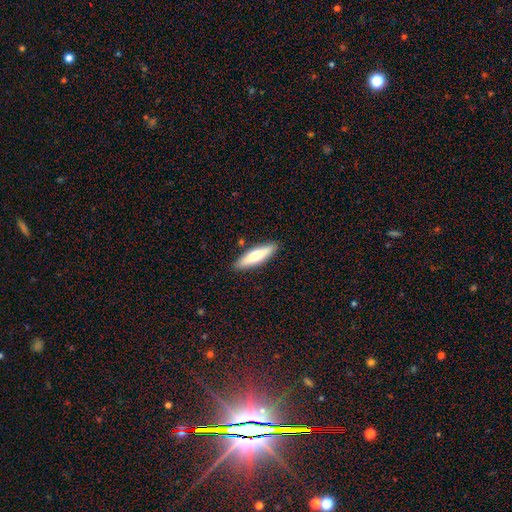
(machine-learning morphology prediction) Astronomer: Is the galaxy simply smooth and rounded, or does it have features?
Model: smooth — 63%.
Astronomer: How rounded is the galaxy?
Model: cigar-shaped — 69%.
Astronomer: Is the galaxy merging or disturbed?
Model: none — 88%.